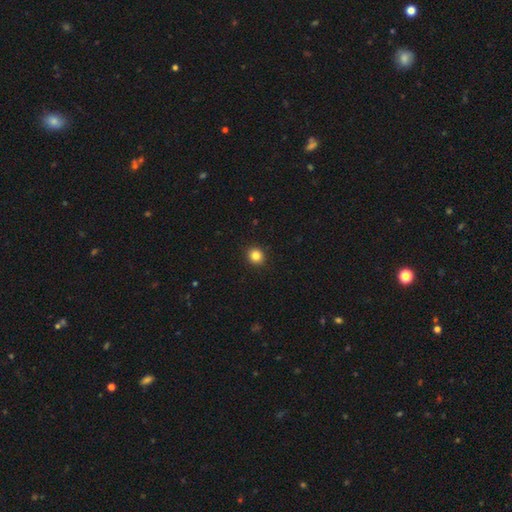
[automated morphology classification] A smooth galaxy with no disk features (85%) that is round (88%).

Vote fractions:
- Smooth or featured? smooth: 85% / star or artifact: 11% / featured or disk: 4%
- How rounded? round: 88% / in between: 11% / cigar-shaped: 1%
- Merging? none: 93% / minor disturbance: 5% / major disturbance: 2% / merger: 1%